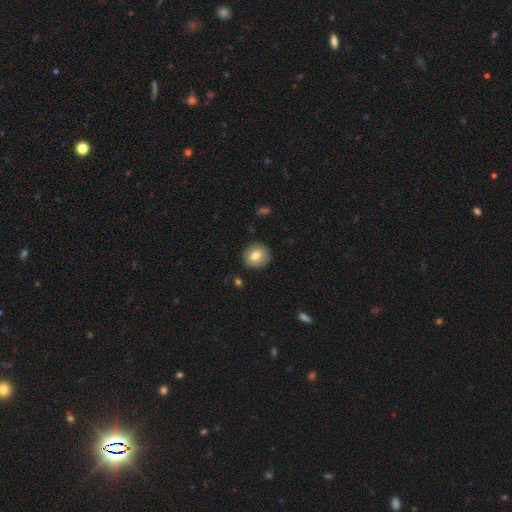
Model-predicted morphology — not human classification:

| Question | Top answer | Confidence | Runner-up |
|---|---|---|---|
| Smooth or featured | smooth | 75% | featured or disk (17%) |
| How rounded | round | 87% | in between (12%) |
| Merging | none | 88% | minor disturbance (8%) |